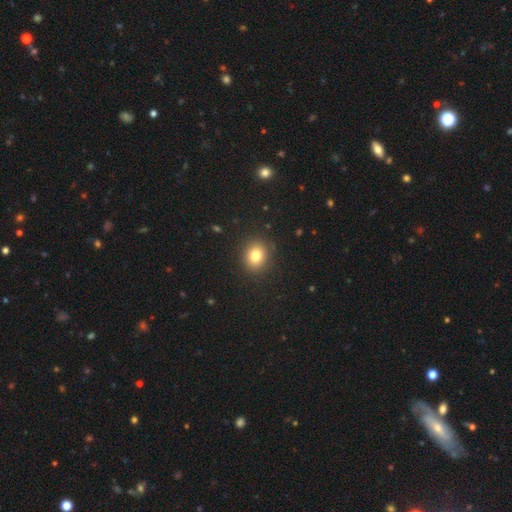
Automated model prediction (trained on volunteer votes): This is likely a smooth galaxy (80%). How rounded: likely round (72%). Merging: clearly none (89%).